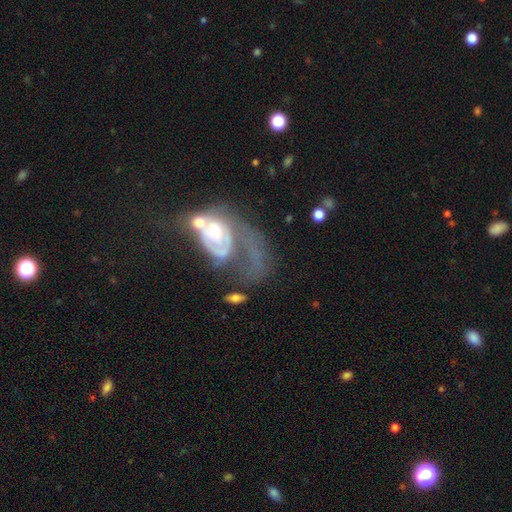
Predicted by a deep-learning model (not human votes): Smooth or featured? Predicted: featured or disk (p=0.69). Edge-on disk? Predicted: no (p=0.96). Bar? Predicted: no (p=0.80). Spiral arms? Predicted: yes (p=0.60). Bulge size? Predicted: moderate (p=0.53). Merging? Predicted: merger (p=0.45).